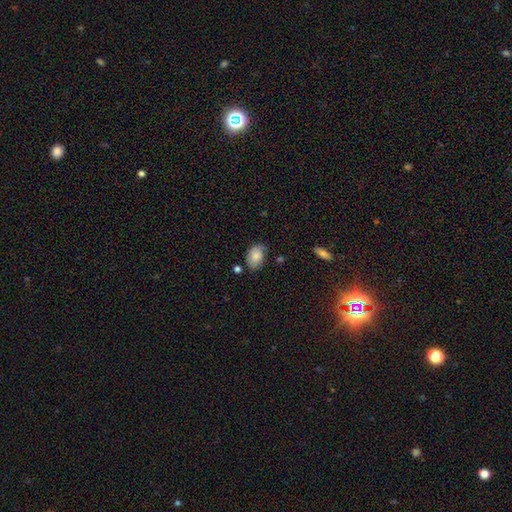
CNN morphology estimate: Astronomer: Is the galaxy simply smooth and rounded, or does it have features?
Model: smooth — 81%.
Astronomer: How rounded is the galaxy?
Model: in between — 83%.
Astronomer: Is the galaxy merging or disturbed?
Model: none — 64%.